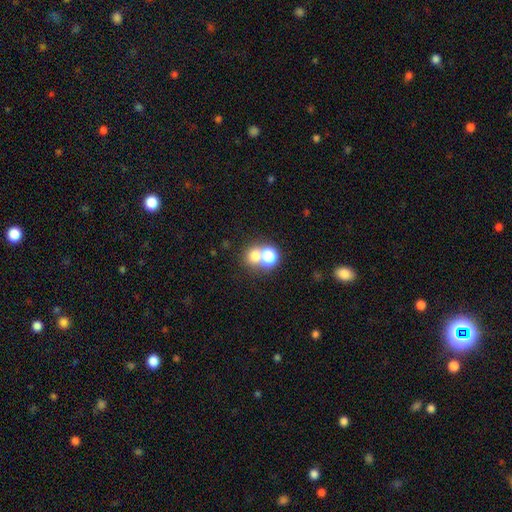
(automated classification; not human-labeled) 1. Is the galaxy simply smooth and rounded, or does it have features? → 67% smooth, 22% star or artifact, 11% featured or disk.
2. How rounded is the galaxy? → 80% round, 19% in between, 1% cigar-shaped.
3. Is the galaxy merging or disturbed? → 50% none, 40% merger, 6% minor disturbance, 4% major disturbance.